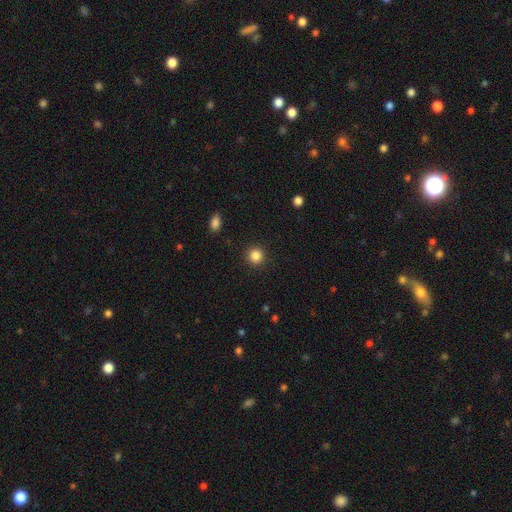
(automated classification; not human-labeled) A smooth galaxy with no disk features (85%) that is round (93%). Merging: none (92%).